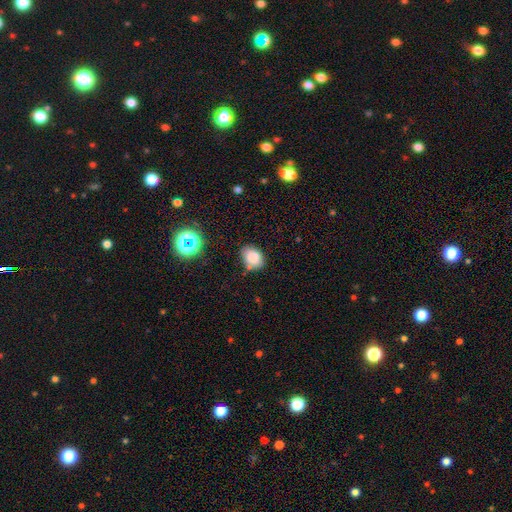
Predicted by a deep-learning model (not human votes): Smooth or featured? smooth (83%)
How rounded? in between (69%)
Merging? none (69%)